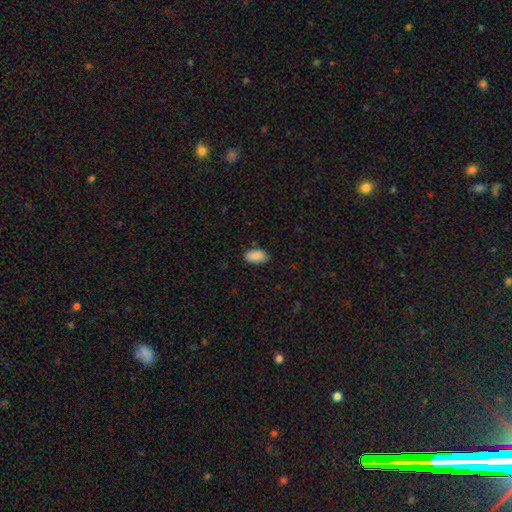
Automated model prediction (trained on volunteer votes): The model was most divided on "merging": none: 84%, minor disturbance: 12%, major disturbance: 2%, merger: 1%. More confident: how rounded — in between (94%); smooth or featured — smooth (90%).